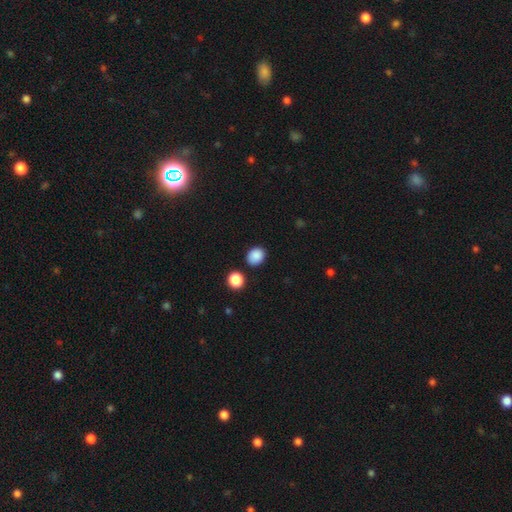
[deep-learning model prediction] Overall: smooth (87%). How rounded: round (52%; in between 47%). Merging: none (85%).